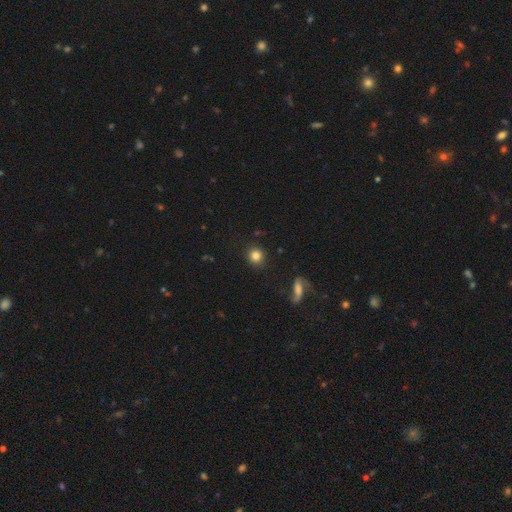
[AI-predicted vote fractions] The model was most divided on "smooth or featured": smooth: 82%, star or artifact: 10%, featured or disk: 7%. More confident: how rounded — round (91%); merging — none (89%).